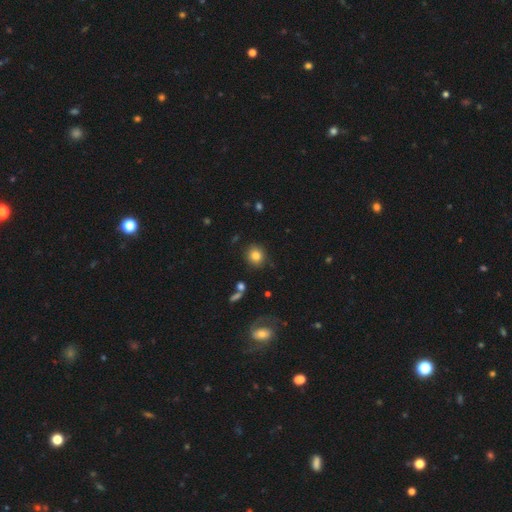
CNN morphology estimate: A smooth galaxy with no disk features (82%) that is round (86%). Merging: none (87%).